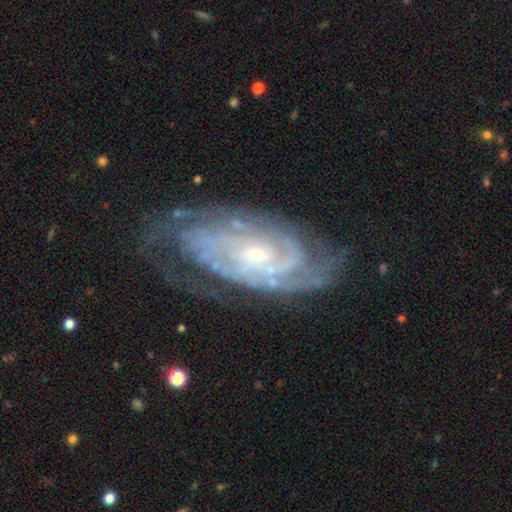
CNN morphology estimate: This appears to be a featured or disk galaxy (89%) with no bar (65%), tight (70%) spiral arms (97%) and a small central bulge (77%). Merging: none (69%).